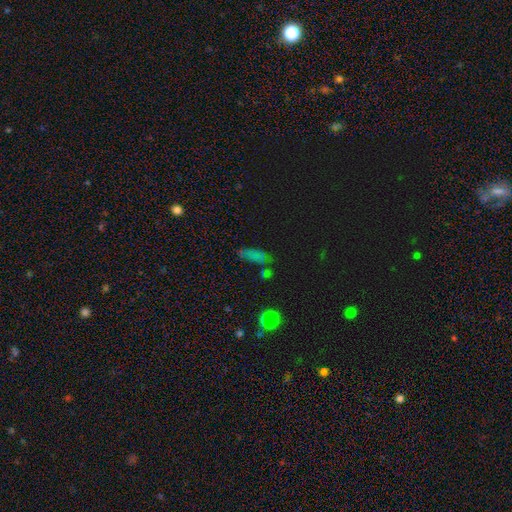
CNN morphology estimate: This appears to be a smooth galaxy with no disk features (53%) that is in between round and cigar-shaped (53%). Merging: none (66%).